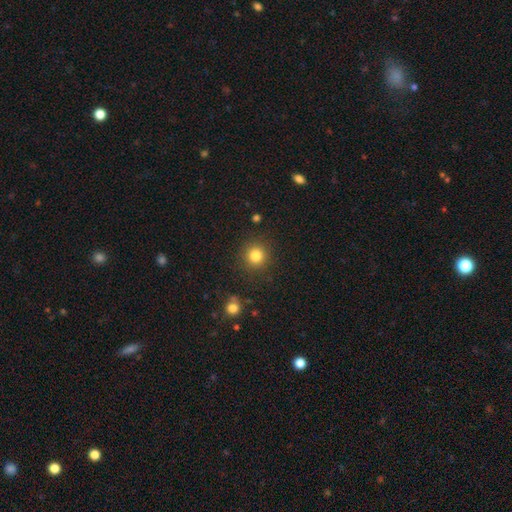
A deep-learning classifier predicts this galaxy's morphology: Smooth or featured? Predicted: smooth (p=0.82). How rounded? Predicted: round (p=0.93). Merging? Predicted: none (p=0.89).